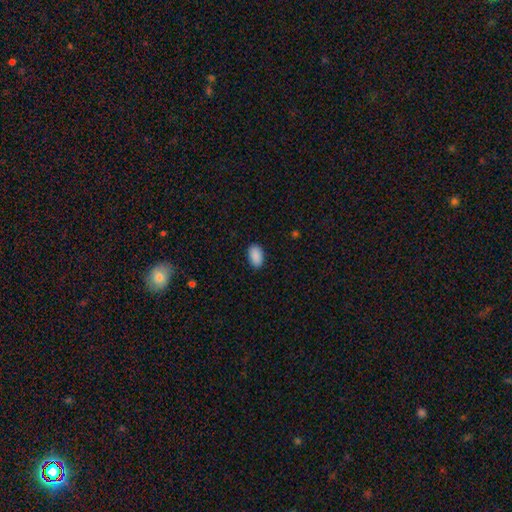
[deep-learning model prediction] Q: Smooth or featured?
A: smooth (91%); runner-up: star or artifact (7%)
Q: How rounded?
A: in between (94%); runner-up: round (5%)
Q: Merging?
A: none (88%); runner-up: minor disturbance (9%)